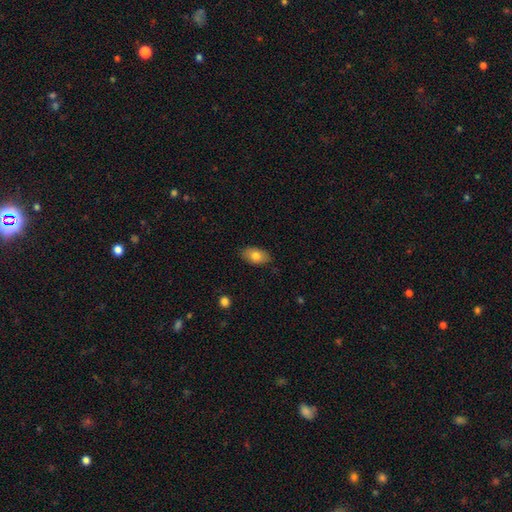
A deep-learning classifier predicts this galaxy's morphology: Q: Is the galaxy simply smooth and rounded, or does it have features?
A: smooth — 78%.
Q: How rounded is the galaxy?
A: in between — 92%.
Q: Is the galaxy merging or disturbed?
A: none — 85%.